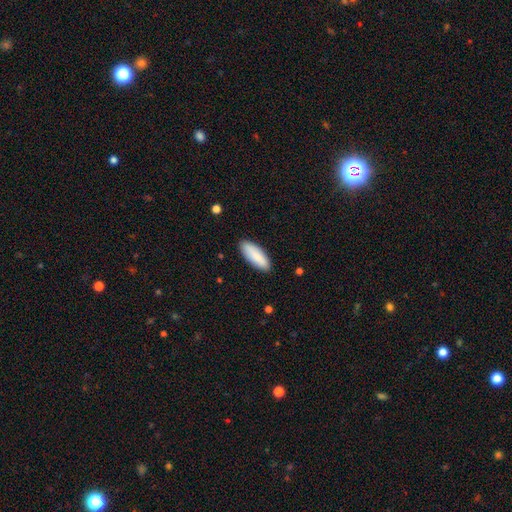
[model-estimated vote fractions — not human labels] Overall: smooth (88%). How rounded: in between (69%). Merging: none (88%).